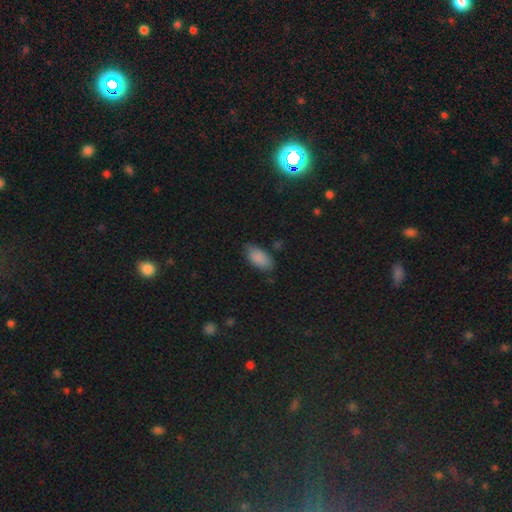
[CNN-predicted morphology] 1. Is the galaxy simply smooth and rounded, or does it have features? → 87% smooth, 8% star or artifact, 6% featured or disk.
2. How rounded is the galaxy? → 91% in between, 7% cigar-shaped, 3% round.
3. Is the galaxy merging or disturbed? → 72% none, 22% minor disturbance, 4% major disturbance, 2% merger.